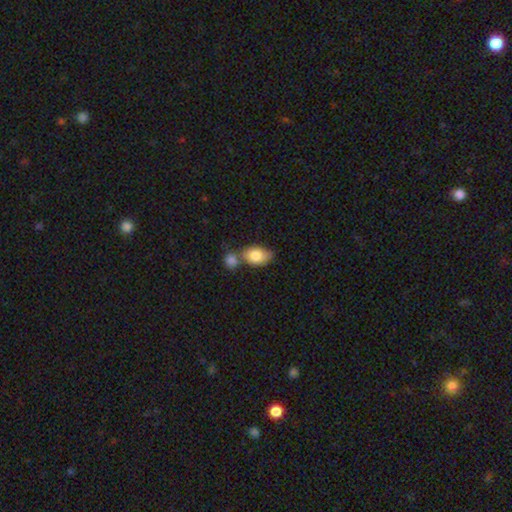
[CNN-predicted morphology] smooth 83%, featured or disk 11%, star or artifact 6%. Down the decision tree: how rounded — in between (86%); merging — merger (42%).